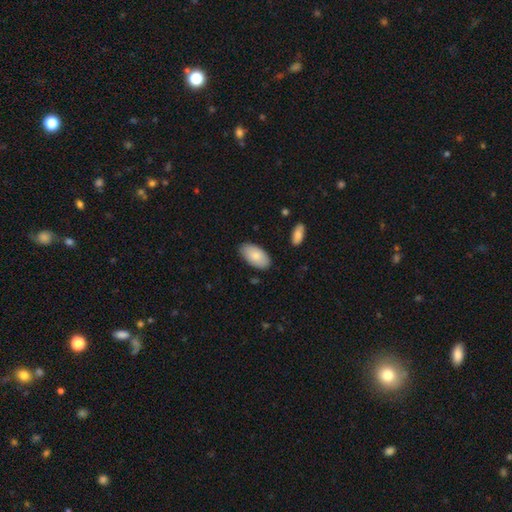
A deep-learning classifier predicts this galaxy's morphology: Smooth or featured: smooth — 82% (featured or disk — 12%)
How rounded: in between — 96% (round — 2%)
Merging: none — 85% (minor disturbance — 12%)